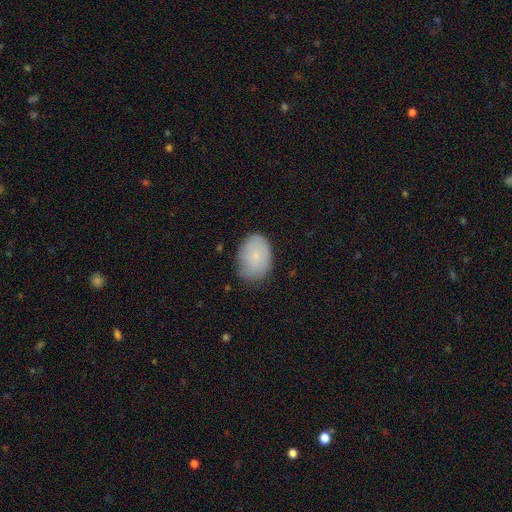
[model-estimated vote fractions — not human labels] This appears to be a smooth galaxy with no disk features (78%) that is in between round and cigar-shaped (78%). Merging: none (70%).